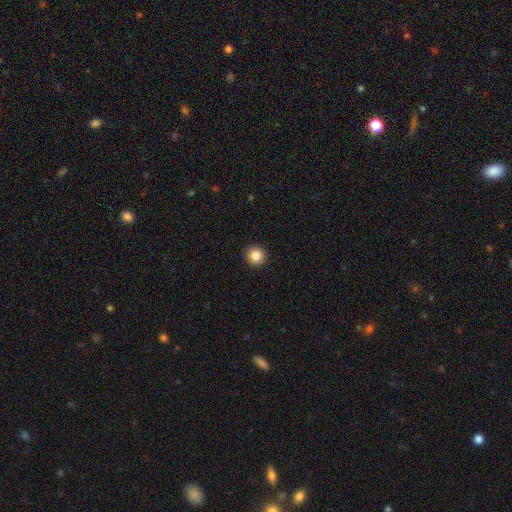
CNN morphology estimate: The model was most divided on "smooth or featured": smooth: 84%, star or artifact: 10%, featured or disk: 6%. More confident: how rounded — round (93%); merging — none (93%).